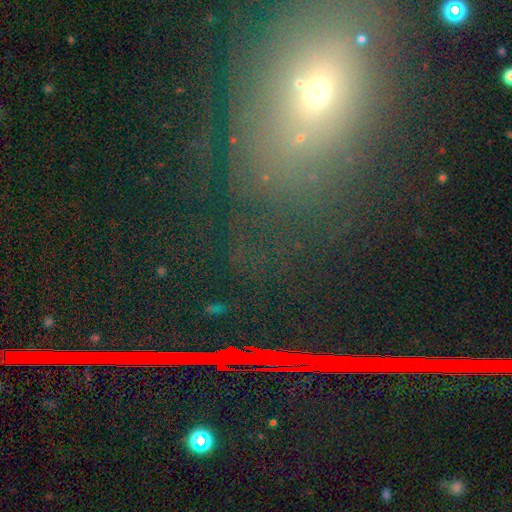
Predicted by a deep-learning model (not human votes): A star or artifact, not a galaxy (55%).